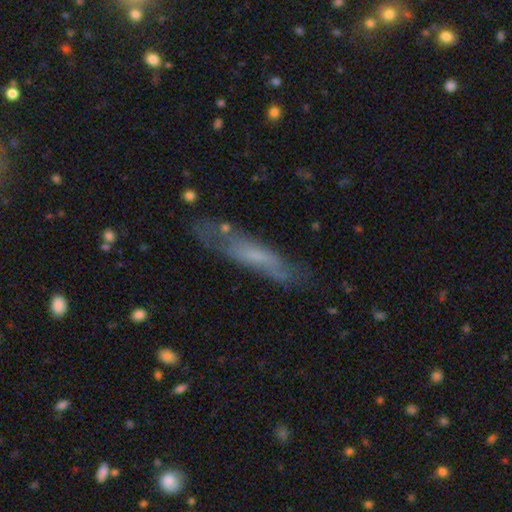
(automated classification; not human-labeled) Q: Smooth or featured?
A: smooth (48%); runner-up: featured or disk (44%)
Q: Merging?
A: none (66%); runner-up: minor disturbance (22%)